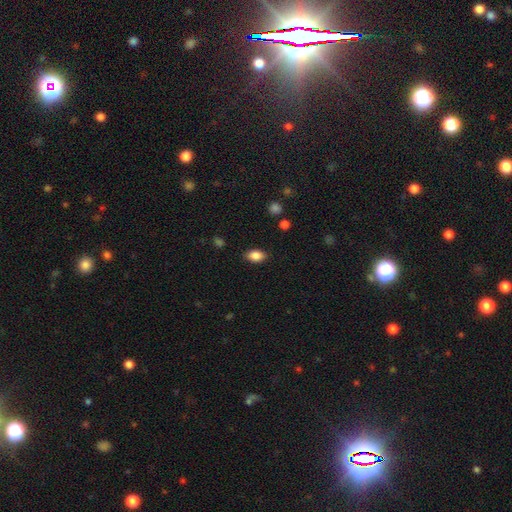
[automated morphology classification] This appears to be a smooth galaxy with no disk features (86%) that is in between round and cigar-shaped (86%). Merging: none (86%).